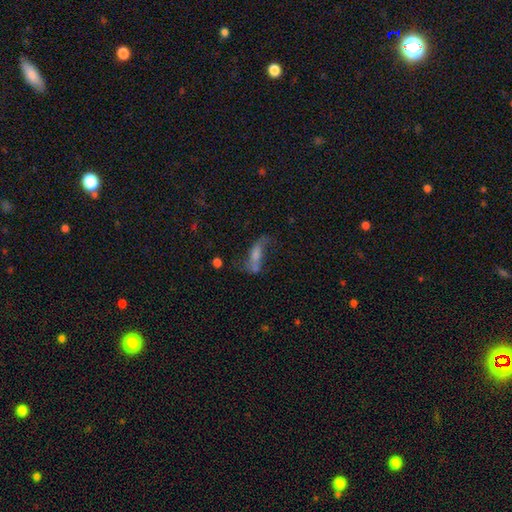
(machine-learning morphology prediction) Smooth or featured?
  - featured or disk: 46% *
  - smooth: 40%
  - star or artifact: 14%
Merging?
  - none: 33% *
  - major disturbance: 28%
  - merger: 21%
  - minor disturbance: 18%